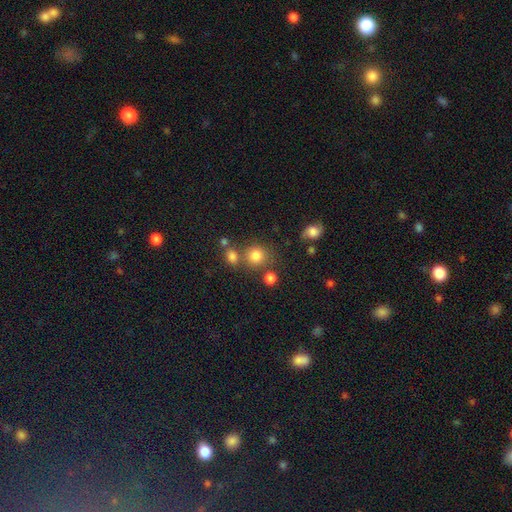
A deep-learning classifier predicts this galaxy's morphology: This is likely a smooth galaxy (80%). How rounded: clearly round (86%). Merging: likely none (68%).